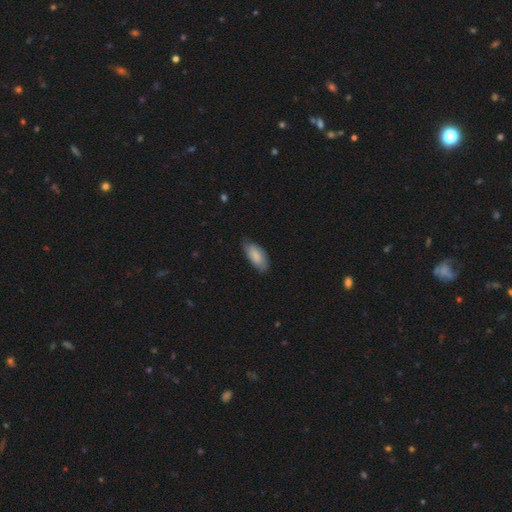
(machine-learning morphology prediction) smooth_or_featured: smooth (p=0.82) [alt: featured or disk p=0.13]
how_rounded: in between (p=0.88) [alt: cigar-shaped p=0.10]
merging: none (p=0.71) [alt: minor disturbance p=0.25]